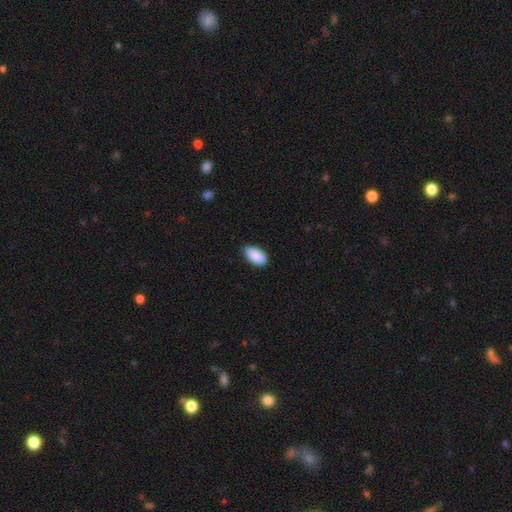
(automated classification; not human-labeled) Smooth or featured? Predicted: smooth (p=0.90). How rounded? Predicted: in between (p=0.95). Merging? Predicted: none (p=0.81).